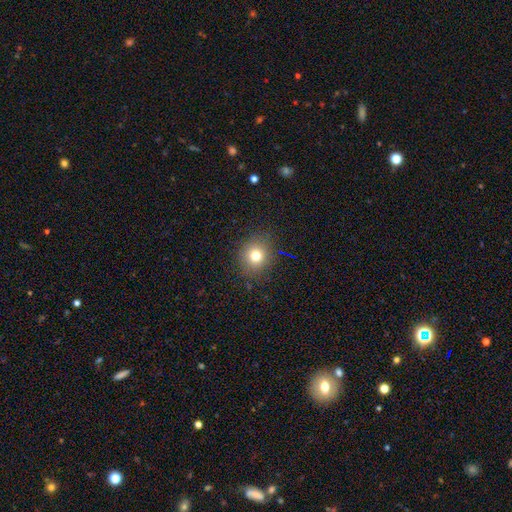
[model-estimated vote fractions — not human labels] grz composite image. It shows a smooth galaxy with no disk features (75%) that is round (80%). Merging: none (86%).